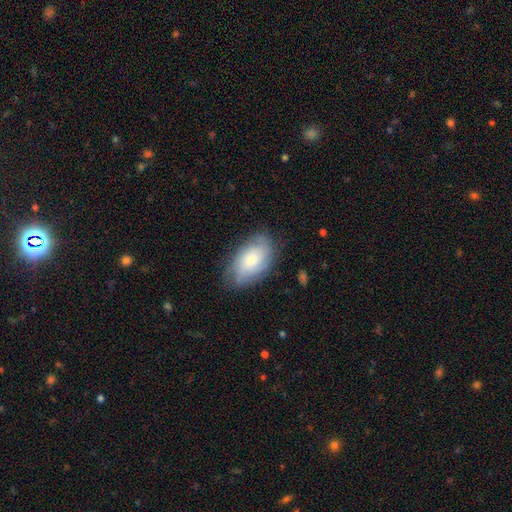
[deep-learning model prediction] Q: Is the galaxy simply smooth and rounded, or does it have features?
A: smooth — 52%.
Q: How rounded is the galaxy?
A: in between — 92%.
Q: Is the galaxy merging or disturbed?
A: none — 71%.